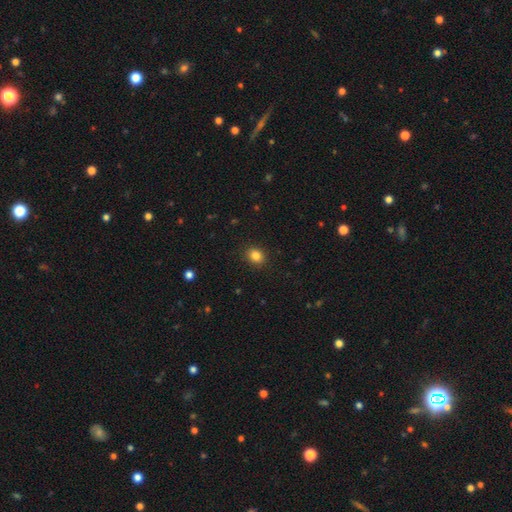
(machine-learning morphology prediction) The model was most divided on "how rounded": round: 61%, in between: 38%, cigar-shaped: 1%. More confident: merging — none (90%); smooth or featured — smooth (84%).